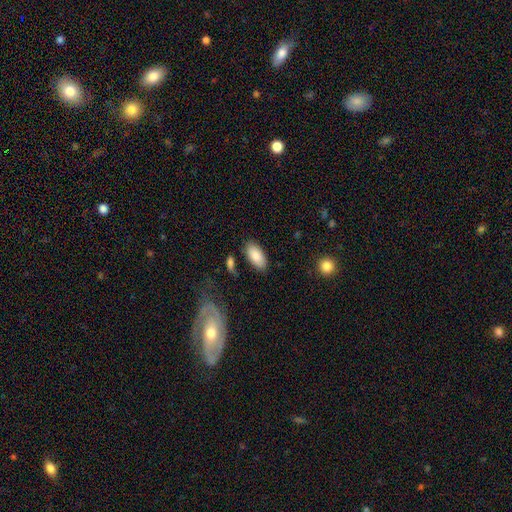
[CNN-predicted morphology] Smooth or featured? smooth (86%)
How rounded? in between (93%)
Merging? none (80%)